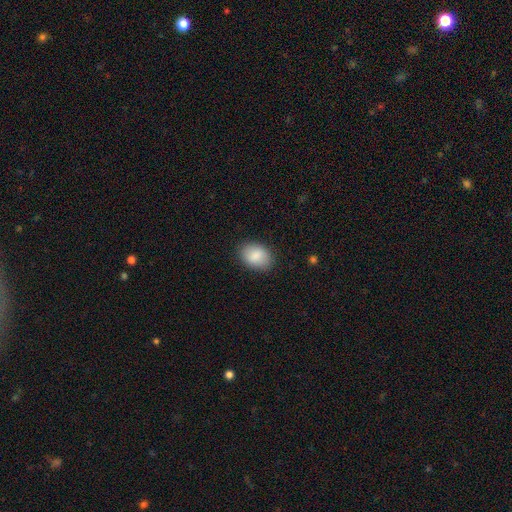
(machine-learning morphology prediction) Smooth or featured? Predicted: smooth (p=0.87). How rounded? Predicted: in between (p=0.80). Merging? Predicted: none (p=0.86).